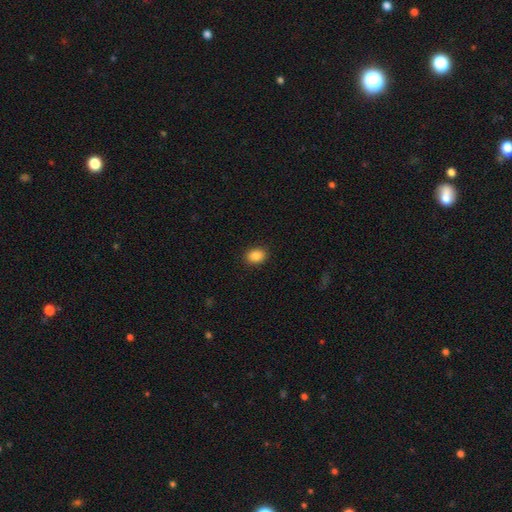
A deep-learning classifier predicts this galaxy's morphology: Smooth or featured? Predicted: smooth (p=0.88). How rounded? Predicted: in between (p=0.59). Merging? Predicted: none (p=0.90).